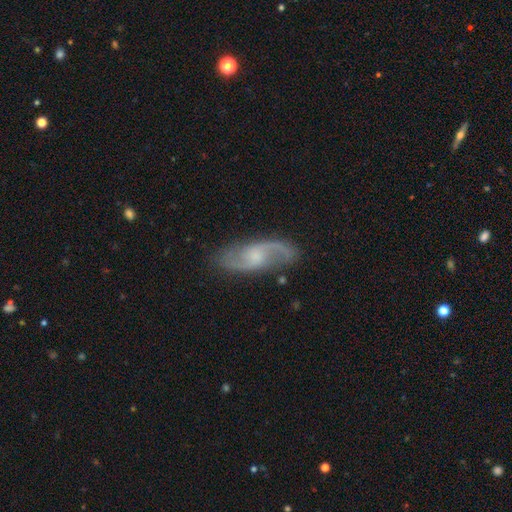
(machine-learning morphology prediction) Q: Smooth or featured?
A: featured or disk (86%); runner-up: smooth (9%)
Q: Edge-on disk?
A: no (95%); runner-up: yes (5%)
Q: Bar?
A: weak (47%); runner-up: no (45%)
Q: Spiral arms?
A: yes (97%); runner-up: no (3%)
Q: Spiral winding?
A: medium (46%); runner-up: loose (43%)
Q: Spiral arm count?
A: 2 (92%); runner-up: can't tell (3%)
Q: Bulge size?
A: small (47%); runner-up: moderate (34%)
Q: Merging?
A: none (83%); runner-up: minor disturbance (12%)